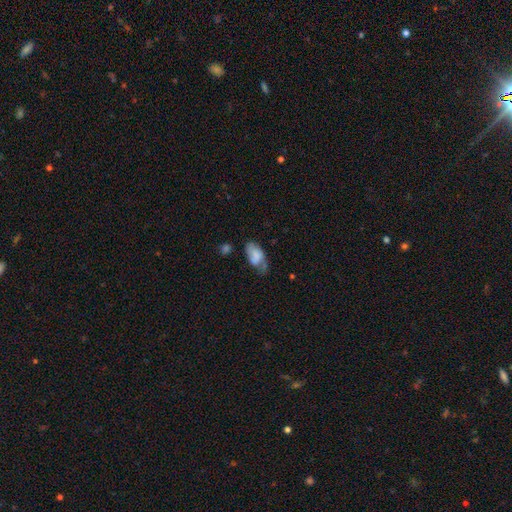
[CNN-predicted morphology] type=smooth (69%); roundness=in between (92%); merging=minor disturbance (36%).